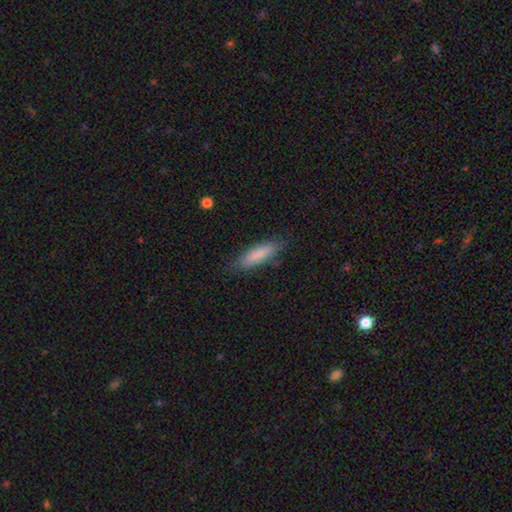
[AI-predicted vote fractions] Morphology: type=smooth (82%); roundness=cigar-shaped (68%); merging=none (84%).